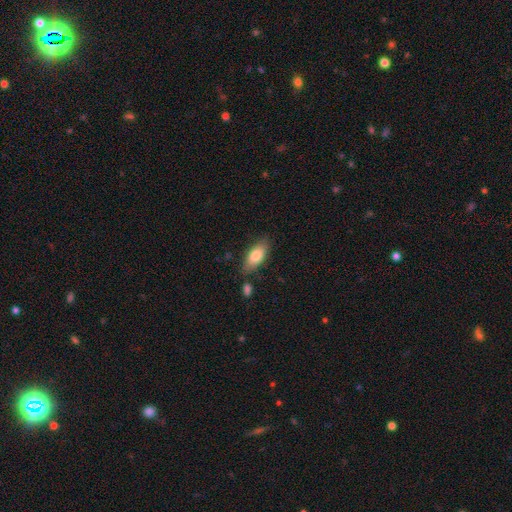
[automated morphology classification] Smooth or featured: smooth — 79% (featured or disk — 15%)
How rounded: in between — 83% (cigar-shaped — 14%)
Merging: none — 75% (minor disturbance — 15%)